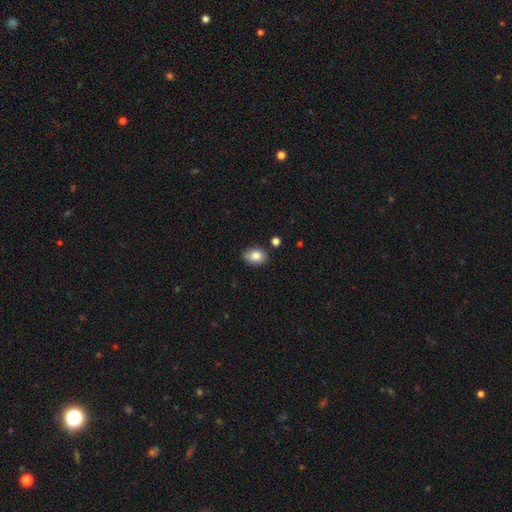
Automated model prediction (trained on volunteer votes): Smooth or featured? smooth (83%)
How rounded? in between (76%)
Merging? none (82%)